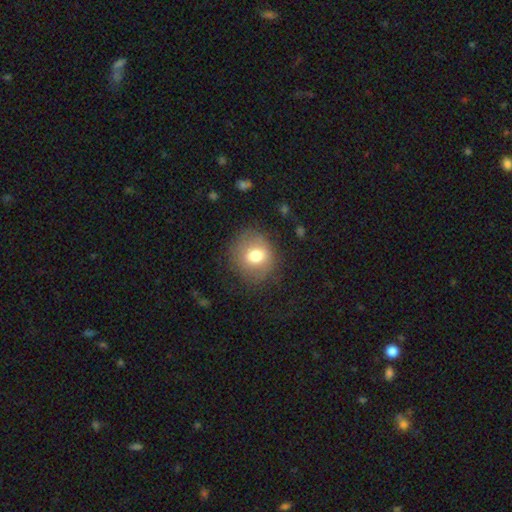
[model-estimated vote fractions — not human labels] Q: Smooth or featured?
A: smooth (72%); runner-up: featured or disk (18%)
Q: How rounded?
A: round (75%); runner-up: in between (24%)
Q: Merging?
A: none (74%); runner-up: minor disturbance (16%)